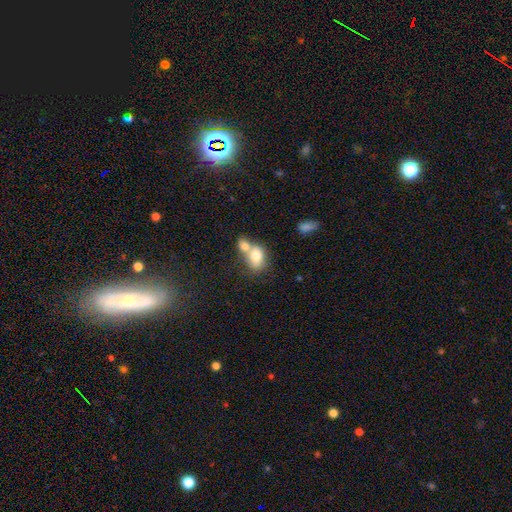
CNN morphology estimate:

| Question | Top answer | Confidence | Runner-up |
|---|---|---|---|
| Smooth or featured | smooth | 73% | featured or disk (19%) |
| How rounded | in between | 68% | round (31%) |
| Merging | merger | 67% | none (20%) |